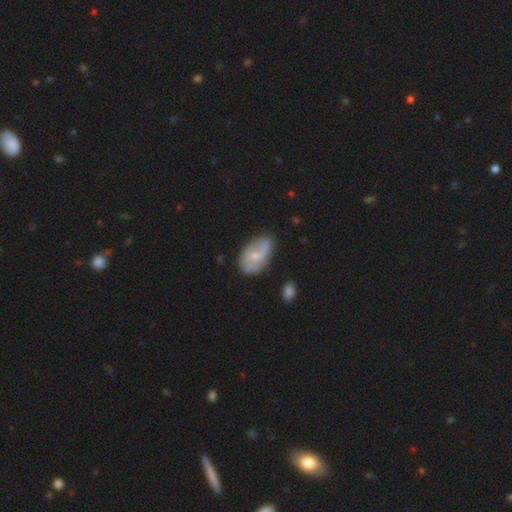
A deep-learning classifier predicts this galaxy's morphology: Q: Smooth or featured?
A: featured or disk (53%); runner-up: smooth (41%)
Q: Edge-on disk?
A: no (96%); runner-up: yes (4%)
Q: Bar?
A: weak (50%); runner-up: no (39%)
Q: Spiral arms?
A: yes (73%); runner-up: no (27%)
Q: Bulge size?
A: small (50%); runner-up: moderate (34%)
Q: Merging?
A: none (61%); runner-up: minor disturbance (27%)